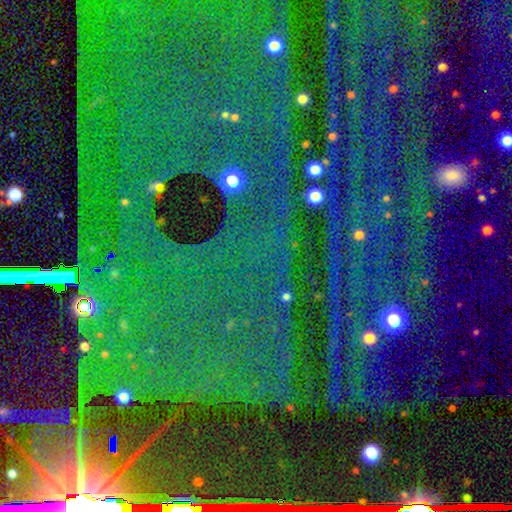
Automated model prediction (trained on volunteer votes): This is clearly a star or artifact rather than a galaxy (85%).